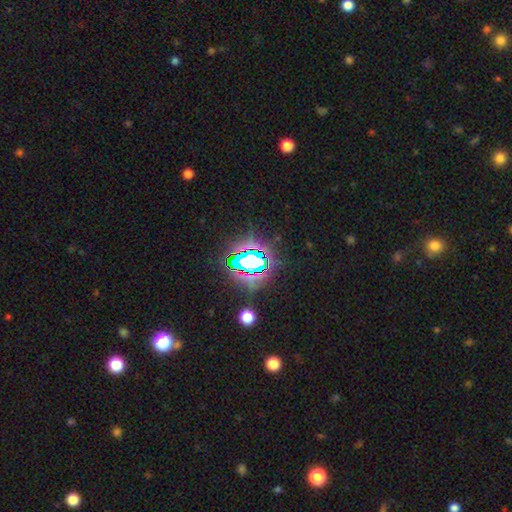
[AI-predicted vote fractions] Smooth or featured? Predicted: star or artifact (p=0.77).